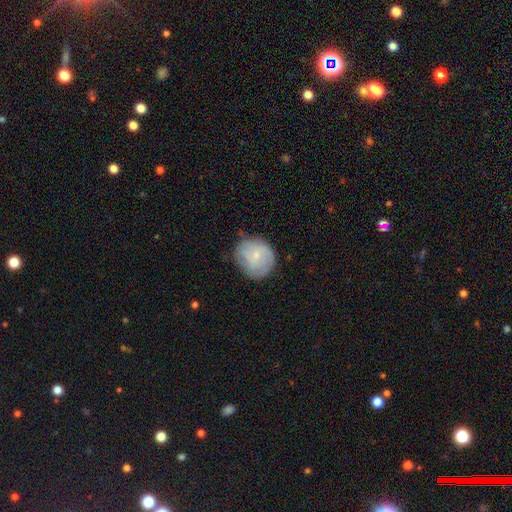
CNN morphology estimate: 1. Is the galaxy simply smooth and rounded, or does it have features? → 56% smooth, 36% featured or disk, 7% star or artifact.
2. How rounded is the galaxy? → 80% round, 19% in between, 1% cigar-shaped.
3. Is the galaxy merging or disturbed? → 67% none, 24% minor disturbance, 7% major disturbance, 1% merger.